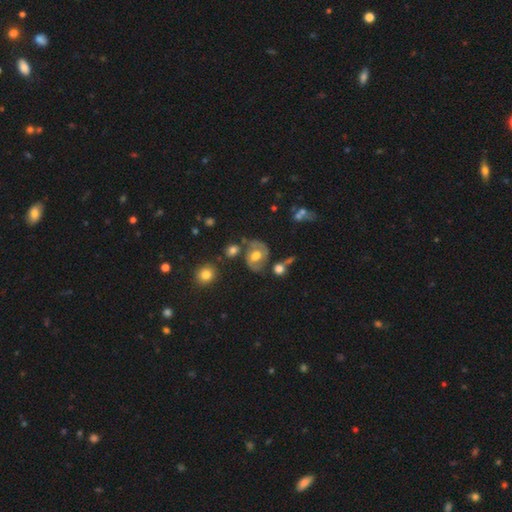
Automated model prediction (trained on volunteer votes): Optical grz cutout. It shows a featured or disk galaxy (50%). Merging: none (60%).